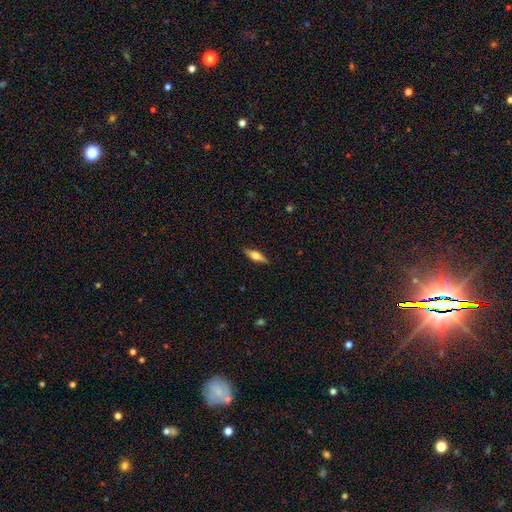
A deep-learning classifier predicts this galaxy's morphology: Smooth or featured?
  - smooth: 52% *
  - featured or disk: 42%
  - star or artifact: 7%
How rounded?
  - cigar-shaped: 56% *
  - in between: 41%
  - round: 3%
Merging?
  - none: 88% *
  - minor disturbance: 9%
  - major disturbance: 2%
  - merger: 1%